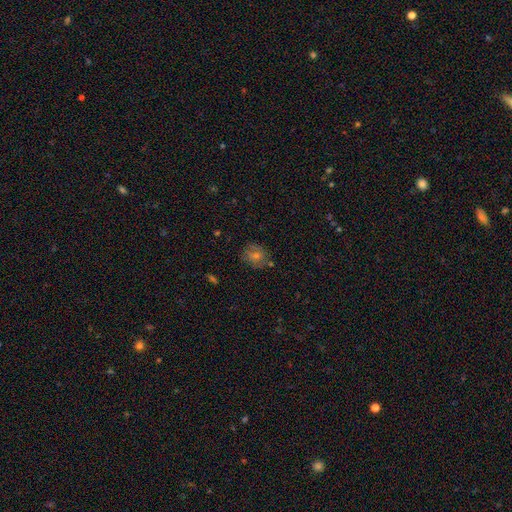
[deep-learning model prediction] A smooth galaxy with no disk features (52%) that is round (75%).

Vote fractions:
- Smooth or featured? smooth: 52% / featured or disk: 26% / star or artifact: 22%
- How rounded? round: 75% / in between: 24% / cigar-shaped: 1%
- Merging? none: 79% / minor disturbance: 14% / major disturbance: 4% / merger: 2%